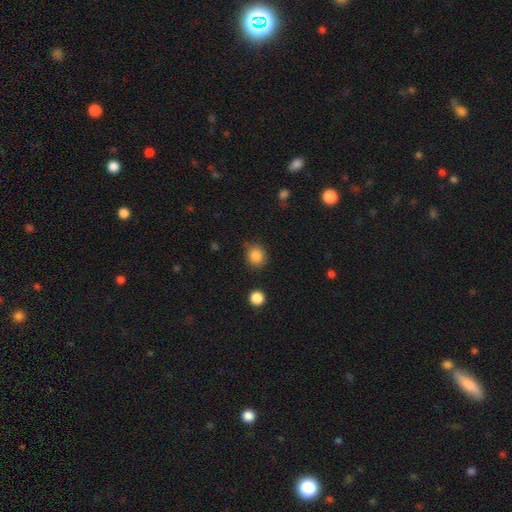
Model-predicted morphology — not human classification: This is clearly a smooth galaxy (86%). How rounded: clearly round (81%). Merging: clearly none (83%).